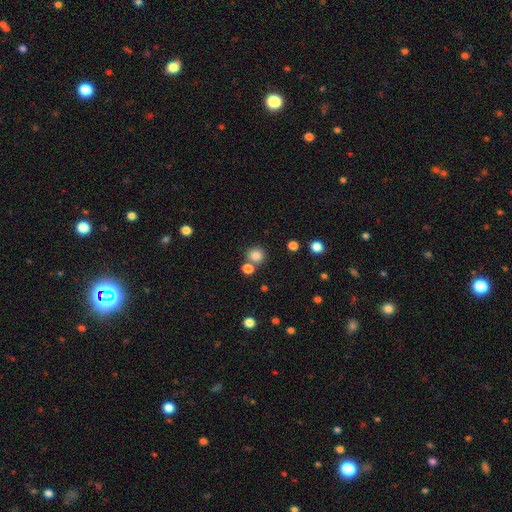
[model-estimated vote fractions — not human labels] Q: Smooth or featured?
A: smooth (83%); runner-up: star or artifact (12%)
Q: How rounded?
A: round (90%); runner-up: in between (9%)
Q: Merging?
A: none (70%); runner-up: merger (19%)